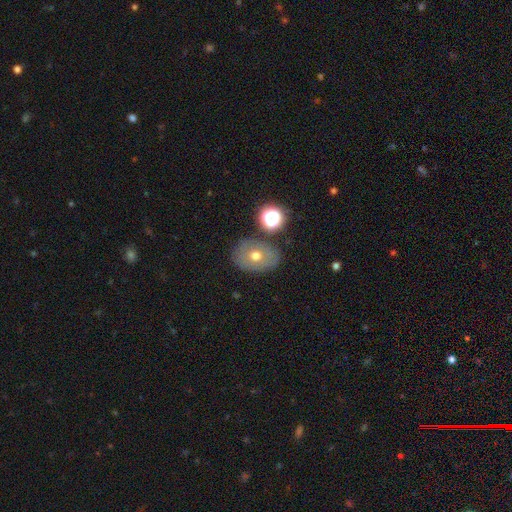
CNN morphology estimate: smooth 56%, featured or disk 30%, star or artifact 14%. Down the decision tree: how rounded — in between (70%); merging — none (76%).